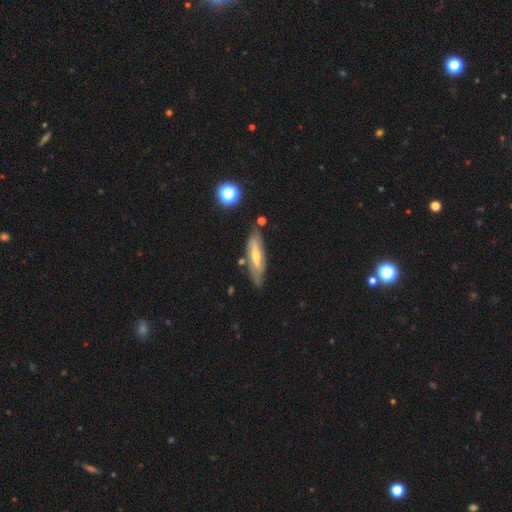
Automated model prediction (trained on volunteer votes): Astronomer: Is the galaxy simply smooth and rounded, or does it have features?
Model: featured or disk — 59%.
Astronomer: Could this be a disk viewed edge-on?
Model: yes — 53% (runner-up: no, 47%).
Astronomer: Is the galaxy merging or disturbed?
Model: none — 75%.